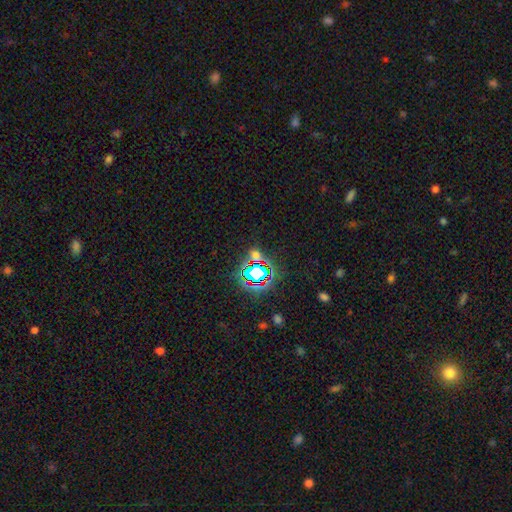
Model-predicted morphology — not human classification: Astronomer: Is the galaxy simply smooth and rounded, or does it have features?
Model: star or artifact — 63%.